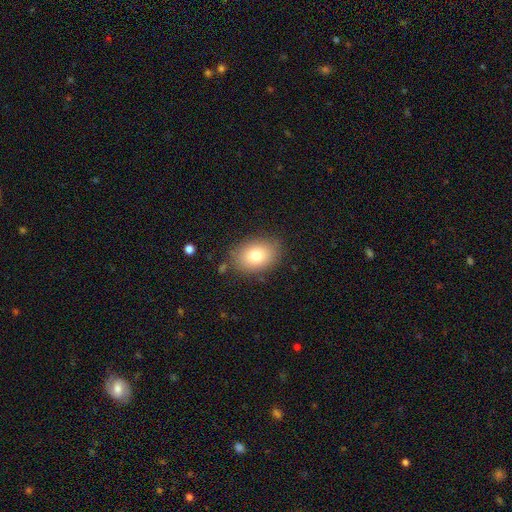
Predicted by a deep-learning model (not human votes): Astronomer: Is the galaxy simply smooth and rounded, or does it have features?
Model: smooth — 79%.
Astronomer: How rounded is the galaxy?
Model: in between — 77%.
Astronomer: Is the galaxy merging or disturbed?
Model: none — 83%.